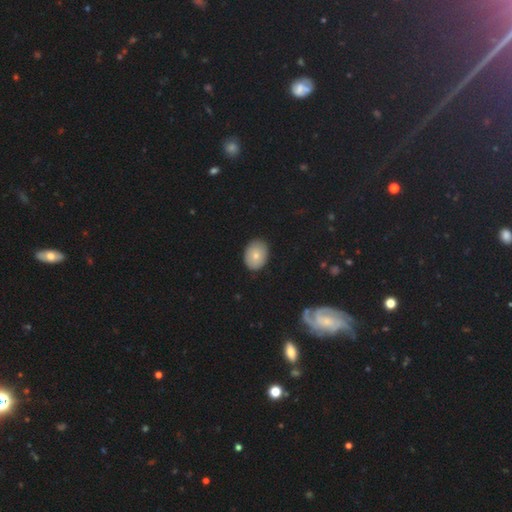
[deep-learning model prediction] The model was most divided on "how rounded": in between: 67%, round: 32%, cigar-shaped: 1%. More confident: merging — none (87%); smooth or featured — smooth (76%).